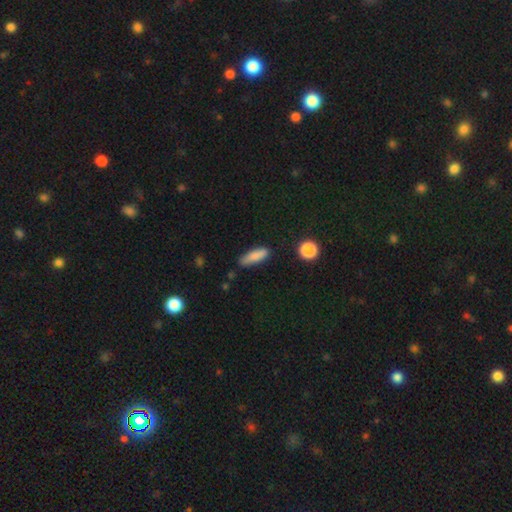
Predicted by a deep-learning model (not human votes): Q: Smooth or featured?
A: smooth (83%); runner-up: featured or disk (9%)
Q: How rounded?
A: cigar-shaped (58%); runner-up: in between (40%)
Q: Merging?
A: none (77%); runner-up: minor disturbance (17%)